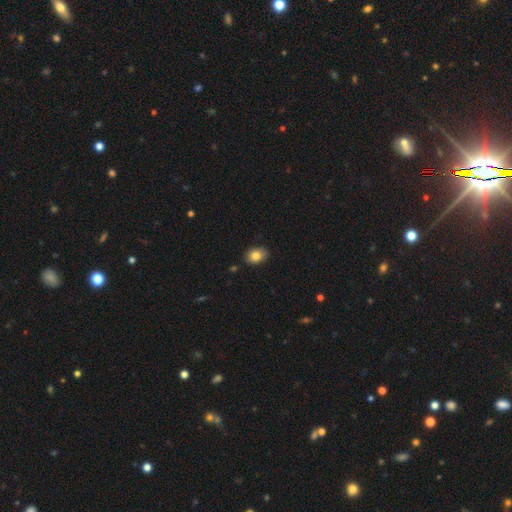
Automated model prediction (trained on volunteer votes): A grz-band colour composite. It shows a smooth galaxy with no disk features (83%) that is in between round and cigar-shaped (66%). Merging: none (86%).